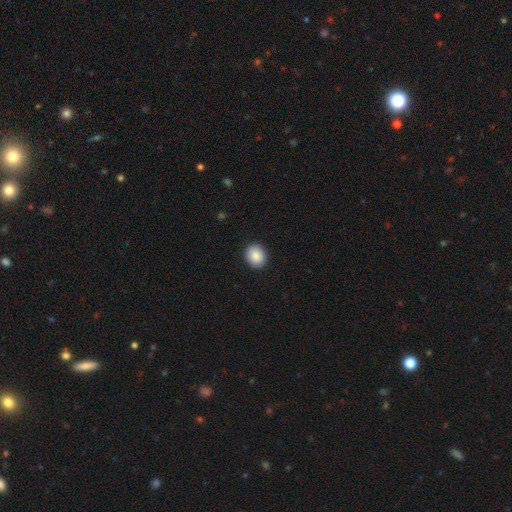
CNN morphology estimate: The model was most divided on "how rounded": round: 66%, in between: 33%, cigar-shaped: 1%. More confident: merging — none (91%); smooth or featured — smooth (88%).